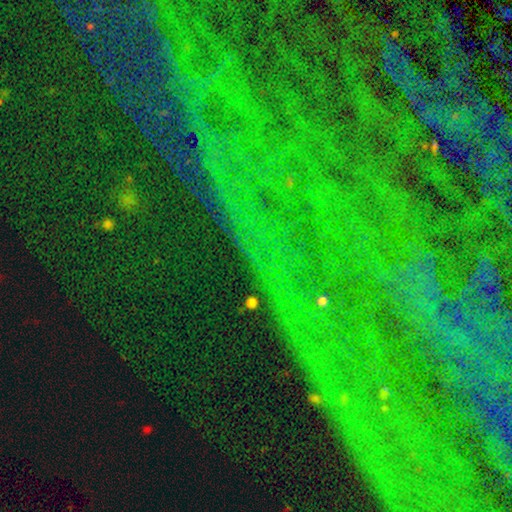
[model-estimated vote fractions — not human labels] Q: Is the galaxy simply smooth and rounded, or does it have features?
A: star or artifact — 83%.